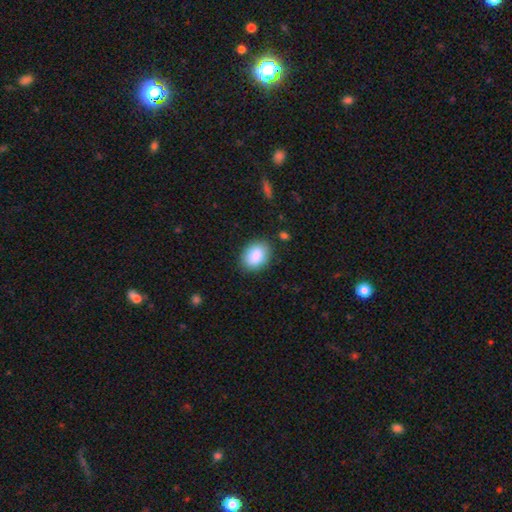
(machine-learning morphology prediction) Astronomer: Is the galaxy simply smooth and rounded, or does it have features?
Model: smooth — 87%.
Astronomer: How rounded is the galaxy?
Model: in between — 75%.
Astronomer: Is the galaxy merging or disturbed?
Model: none — 86%.